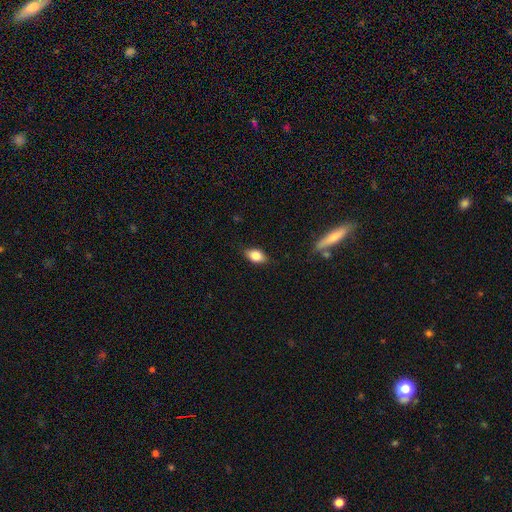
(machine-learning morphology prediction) Smooth or featured: smooth — 80% (featured or disk — 12%)
How rounded: in between — 87% (round — 9%)
Merging: none — 84% (minor disturbance — 12%)